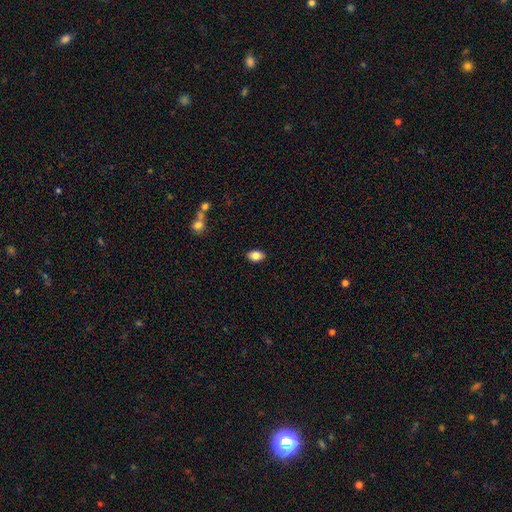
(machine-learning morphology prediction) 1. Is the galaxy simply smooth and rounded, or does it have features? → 84% smooth, 9% star or artifact, 7% featured or disk.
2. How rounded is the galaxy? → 85% in between, 13% round, 1% cigar-shaped.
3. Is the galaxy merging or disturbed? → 88% none, 8% minor disturbance, 2% major disturbance, 1% merger.